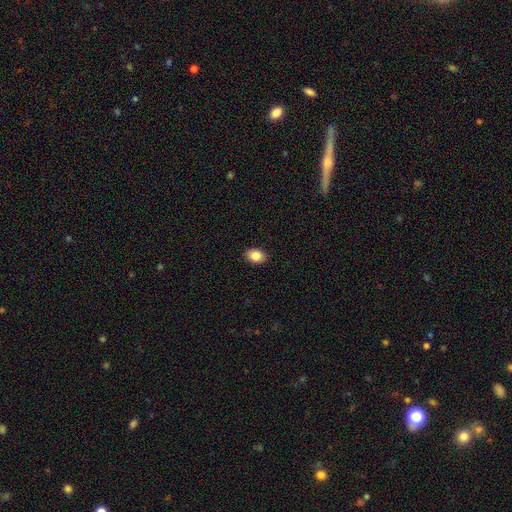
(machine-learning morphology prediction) Smooth or featured?
  - smooth: 85% *
  - star or artifact: 8%
  - featured or disk: 6%
How rounded?
  - in between: 70% *
  - round: 29%
  - cigar-shaped: 1%
Merging?
  - none: 90% *
  - minor disturbance: 7%
  - major disturbance: 2%
  - merger: 1%